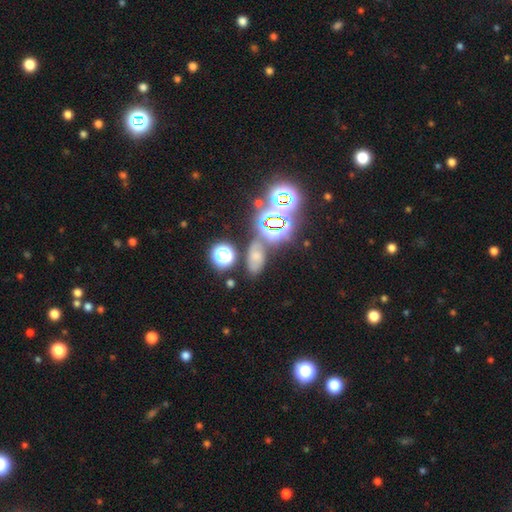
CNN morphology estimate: This is marginally a smooth galaxy (44%). Merging: likely none (61%).